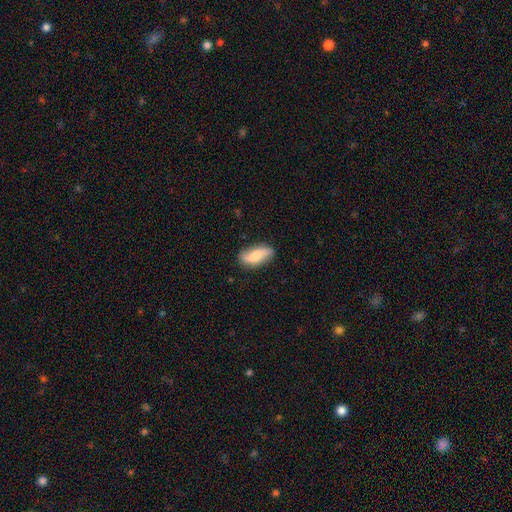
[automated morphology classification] smooth-or-featured: smooth: 51% | featured or disk: 42% | star or artifact: 7%
  how-rounded: in between: 84% | cigar-shaped: 12% | round: 4%
  merging: none: 77% | minor disturbance: 17% | major disturbance: 4% | merger: 2%